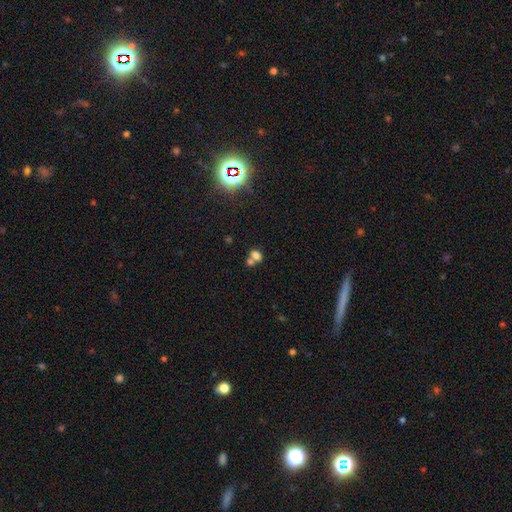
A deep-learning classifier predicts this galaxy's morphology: smooth_or_featured: smooth (p=0.72) [alt: star or artifact p=0.16]
how_rounded: in between (p=0.57) [alt: round p=0.41]
merging: merger (p=0.51) [alt: none p=0.36]